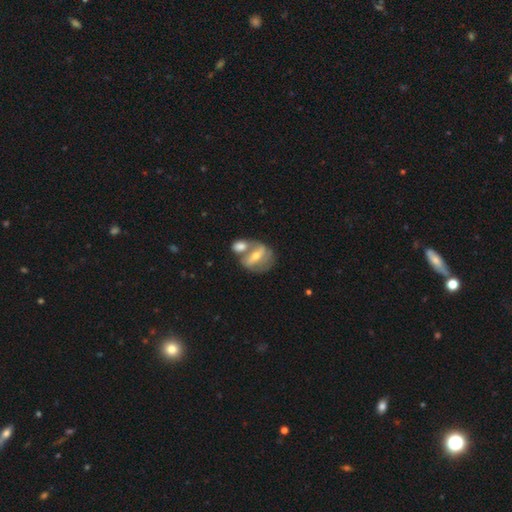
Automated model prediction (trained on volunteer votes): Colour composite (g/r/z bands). It shows a featured or disk galaxy (62%) with a strong bar (53%), no spiral arms (58%) and a moderate central bulge (58%). Merging: merger (47%).